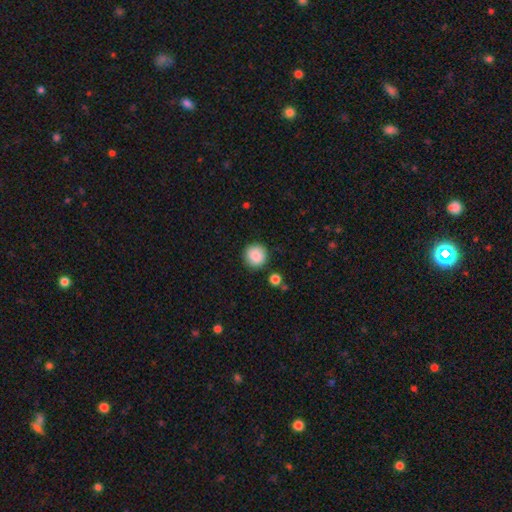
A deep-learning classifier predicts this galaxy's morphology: Smooth or featured: smooth — 88% (star or artifact — 8%)
How rounded: round — 95% (in between — 4%)
Merging: none — 89% (minor disturbance — 7%)